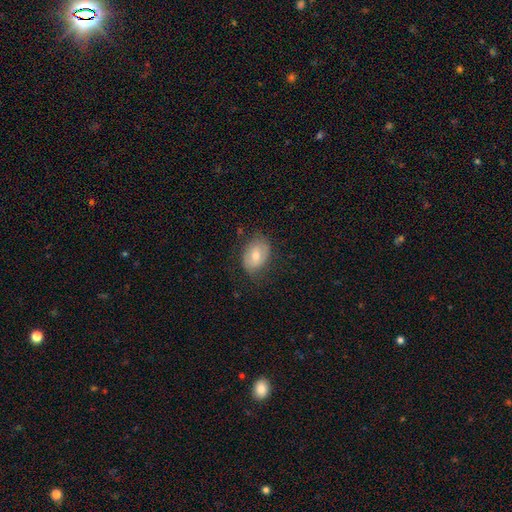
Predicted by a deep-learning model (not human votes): smooth_or_featured: smooth (p=0.59) [alt: featured or disk p=0.32]
how_rounded: in between (p=0.78) [alt: round p=0.21]
merging: none (p=0.73) [alt: minor disturbance p=0.20]